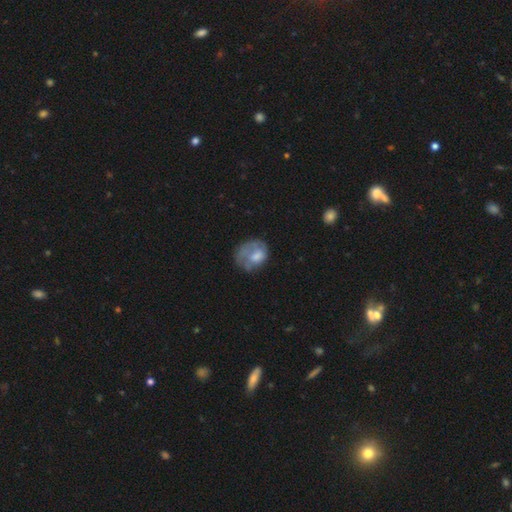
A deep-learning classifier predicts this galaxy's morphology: Overall: smooth (57%; featured or disk 35%). How rounded: round (52%; in between 47%). Merging: none (39%; major disturbance 30%).